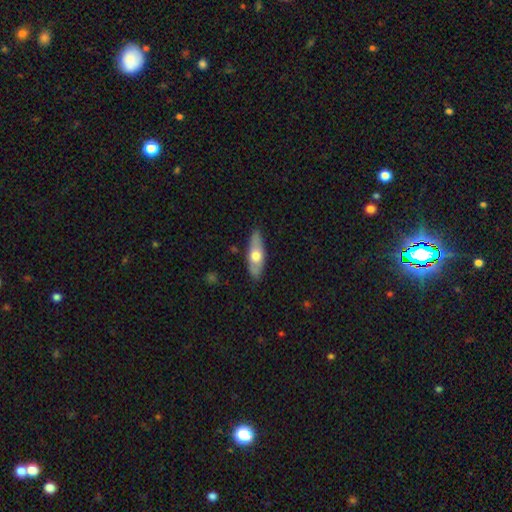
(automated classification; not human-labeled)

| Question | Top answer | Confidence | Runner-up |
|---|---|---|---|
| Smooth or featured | smooth | 53% | featured or disk (42%) |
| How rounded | in between | 59% | cigar-shaped (38%) |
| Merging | none | 84% | minor disturbance (12%) |